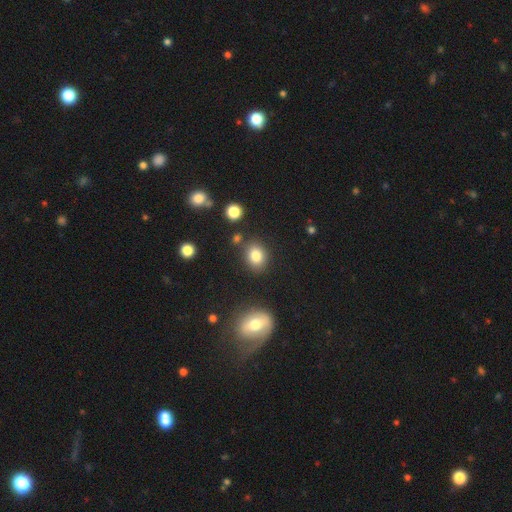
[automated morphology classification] smooth 81%, star or artifact 11%, featured or disk 7%. Down the decision tree: how rounded — round (52%); merging — none (80%).